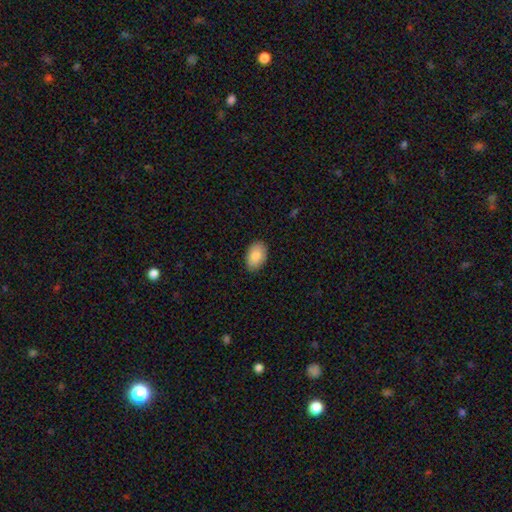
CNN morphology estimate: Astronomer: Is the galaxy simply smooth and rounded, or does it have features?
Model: smooth — 86%.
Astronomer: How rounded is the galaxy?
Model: in between — 90%.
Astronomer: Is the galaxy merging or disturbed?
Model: none — 87%.